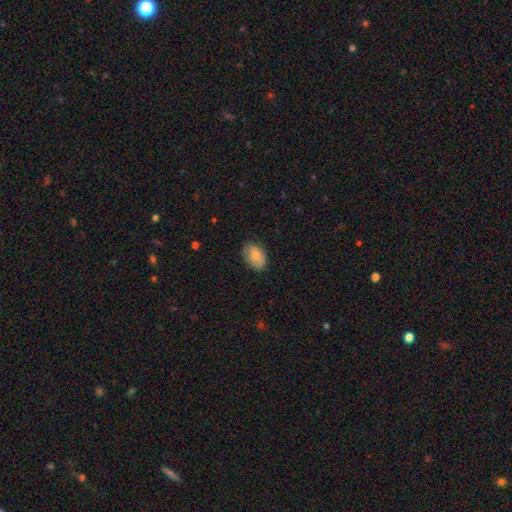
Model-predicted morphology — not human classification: Smooth or featured?
  - smooth: 82% *
  - featured or disk: 11%
  - star or artifact: 7%
How rounded?
  - in between: 86% *
  - round: 12%
  - cigar-shaped: 1%
Merging?
  - none: 81% *
  - minor disturbance: 15%
  - major disturbance: 3%
  - merger: 1%